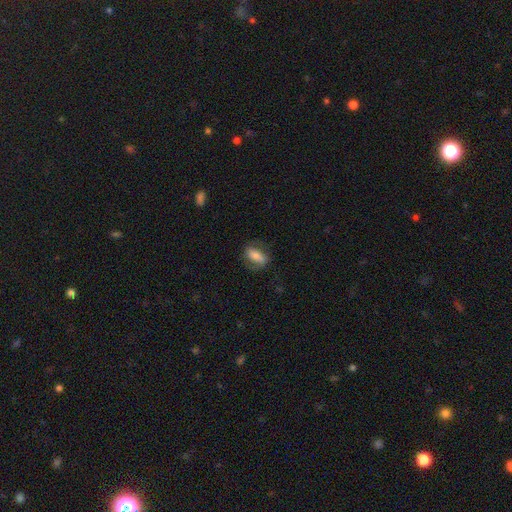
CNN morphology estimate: The model was most divided on "smooth or featured": smooth: 55%, featured or disk: 38%, star or artifact: 8%. More confident: how rounded — in between (78%); merging — none (70%).